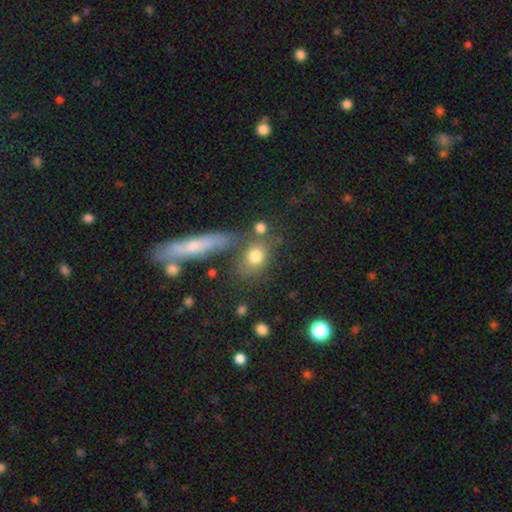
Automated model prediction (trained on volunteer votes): Smooth or featured: smooth — 75% (star or artifact — 12%)
How rounded: in between — 49% (round — 44%)
Merging: none — 56% (merger — 21%)